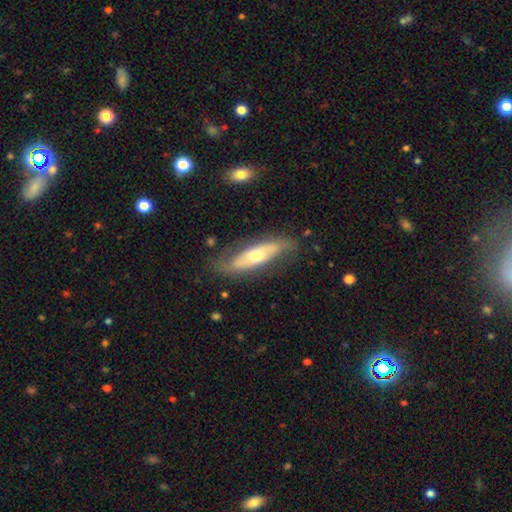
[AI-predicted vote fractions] The model was most divided on "smooth or featured": featured or disk: 55%, smooth: 39%, star or artifact: 6%. More confident: merging — none (70%); edge-on disk — no (65%).